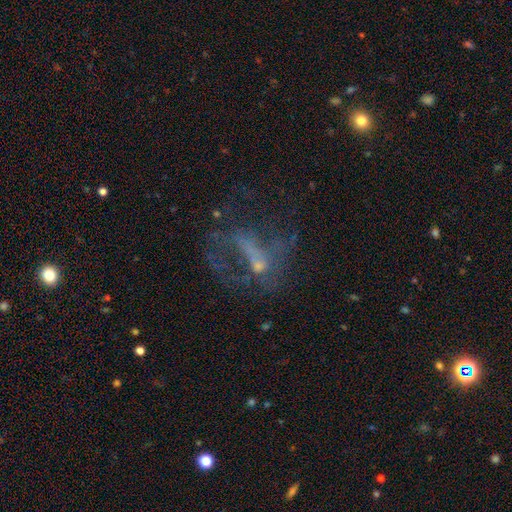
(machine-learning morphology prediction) This is possibly a featured or disk galaxy (57%). It is clearly not viewed edge-on (93%). Bar: possibly no (59%). Spiral arm pattern: likely no (70%). Central bulge: marginally none (44%). Merging: marginally major disturbance (42%).